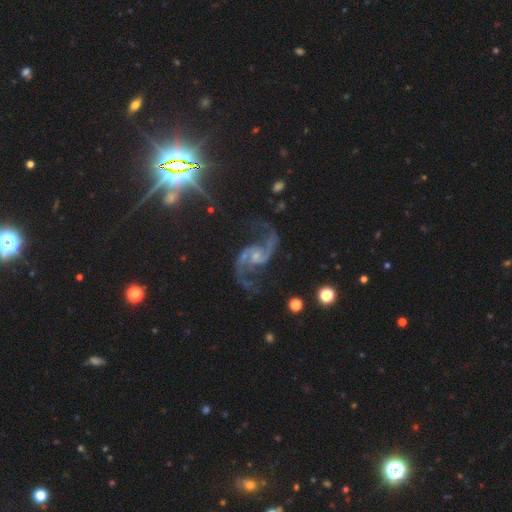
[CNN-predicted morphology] Overall: featured or disk (90%). Edge-on disk: no (98%). Bar: no (58%; weak 34%). Spiral arms: yes (98%). Spiral arm count: 2 (94%). Spiral winding: loose (64%; medium 31%). Bulge size: small (59%; moderate 27%). Merging: none (71%).